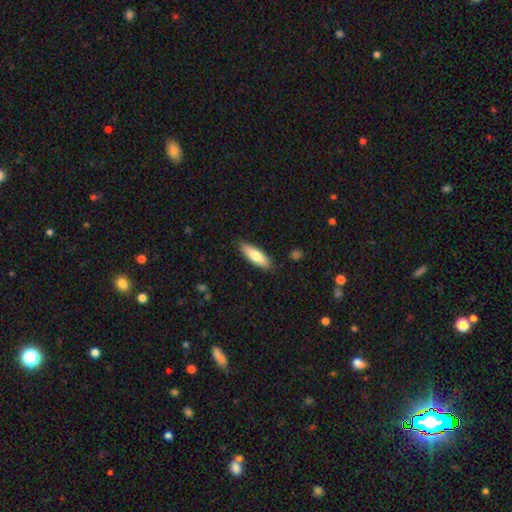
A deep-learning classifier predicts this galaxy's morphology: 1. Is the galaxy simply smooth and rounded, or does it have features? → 75% smooth, 20% featured or disk, 6% star or artifact.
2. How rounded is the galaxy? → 49% cigar-shaped (tied), 49% in between (tied), 2% round.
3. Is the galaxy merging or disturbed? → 86% none, 10% minor disturbance, 2% major disturbance, 1% merger.